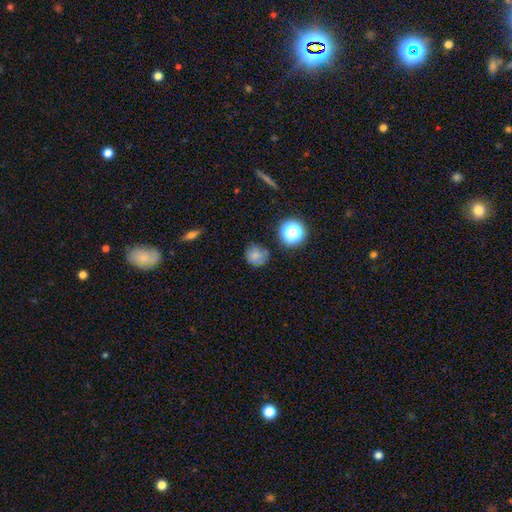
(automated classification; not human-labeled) Smooth or featured: smooth — 75% (star or artifact — 15%)
How rounded: round — 82% (in between — 17%)
Merging: none — 67% (minor disturbance — 23%)